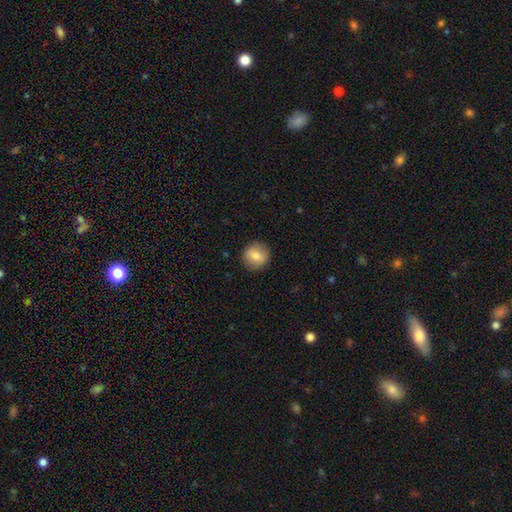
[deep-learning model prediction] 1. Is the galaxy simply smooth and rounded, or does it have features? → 74% smooth, 18% featured or disk, 8% star or artifact.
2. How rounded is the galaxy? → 88% round, 11% in between, 1% cigar-shaped.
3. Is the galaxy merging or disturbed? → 89% none, 8% minor disturbance, 2% major disturbance, 1% merger.